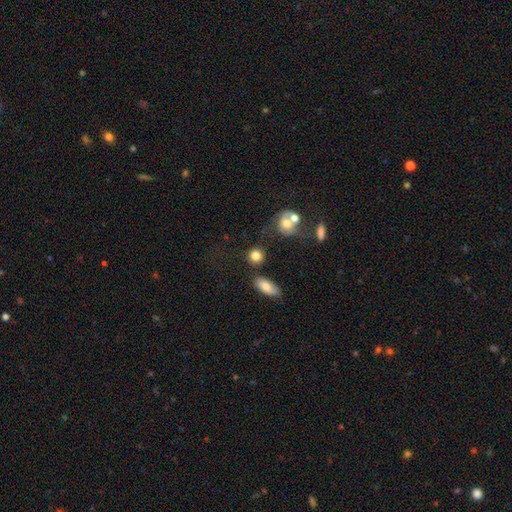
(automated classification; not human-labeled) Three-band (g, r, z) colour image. It shows a smooth galaxy with no disk features (83%) that is round (80%). Merging: none (68%).